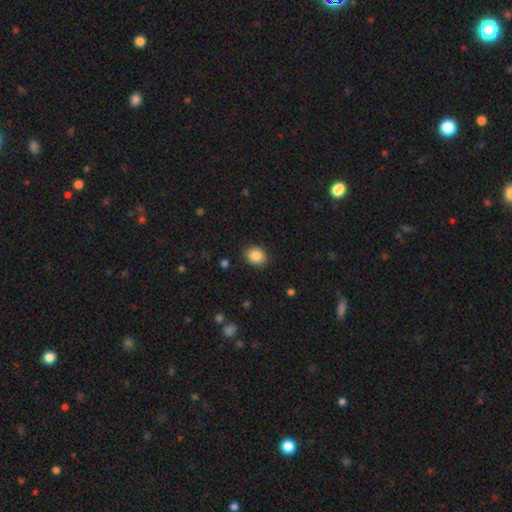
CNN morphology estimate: smooth_or_featured: smooth (p=0.86) [alt: star or artifact p=0.09]
how_rounded: round (p=0.57) [alt: in between p=0.42]
merging: none (p=0.87) [alt: minor disturbance p=0.10]